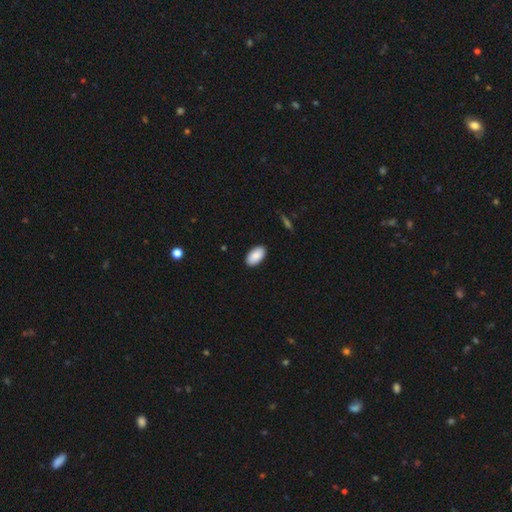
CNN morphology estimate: The model was most divided on "merging": none: 90%, minor disturbance: 8%, major disturbance: 2%, merger: 1%. More confident: how rounded — in between (96%); smooth or featured — smooth (88%).